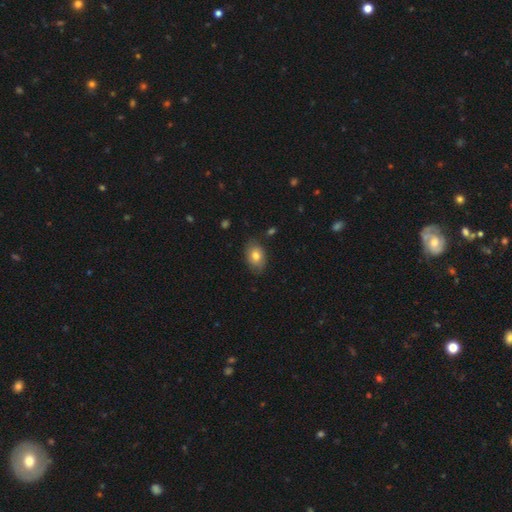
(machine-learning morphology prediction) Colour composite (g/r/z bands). It shows a smooth galaxy with no disk features (79%) that is in between round and cigar-shaped (82%). Merging: none (81%).